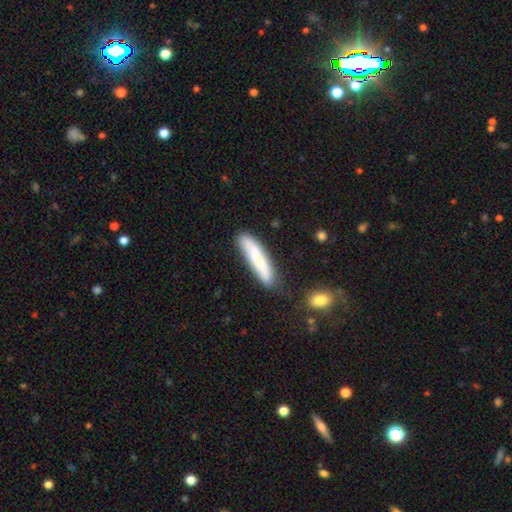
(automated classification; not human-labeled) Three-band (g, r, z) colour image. It shows a smooth galaxy with no disk features (73%) that is cigar-shaped (88%). Merging: none (71%).